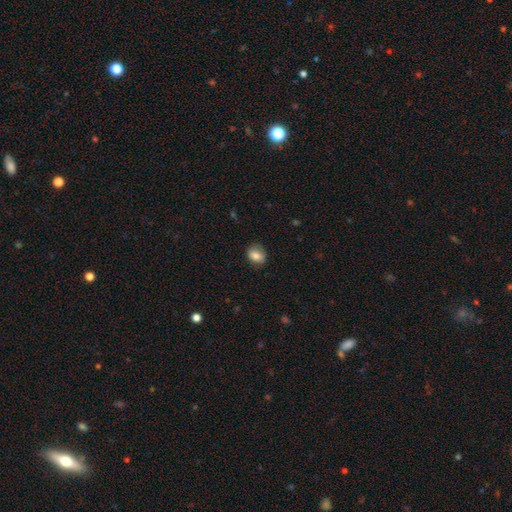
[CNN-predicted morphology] Smooth or featured? Predicted: smooth (p=0.81). How rounded? Predicted: round (p=0.52). Merging? Predicted: none (p=0.80).